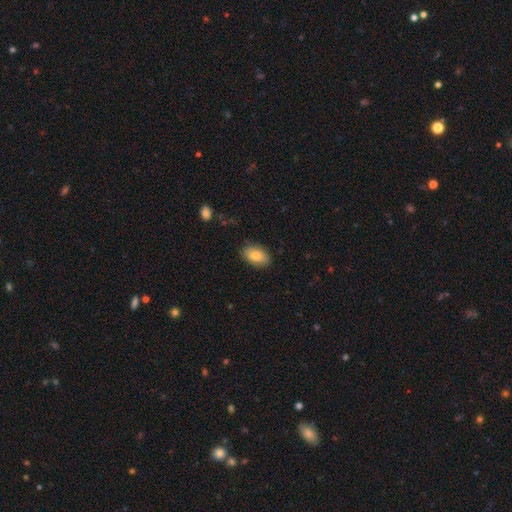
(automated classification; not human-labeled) Morphology: type=smooth (83%); roundness=in between (92%); merging=none (85%).